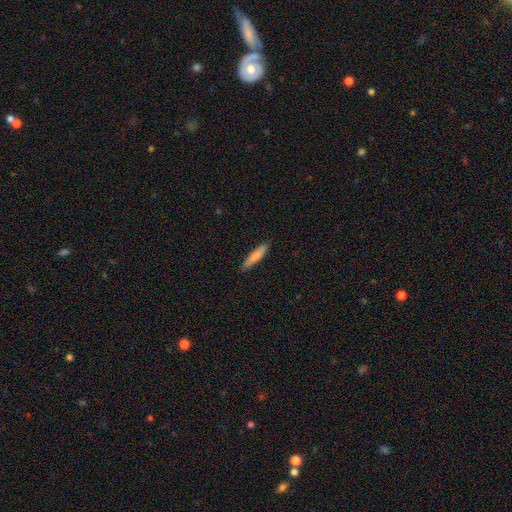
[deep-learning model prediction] Smooth or featured: smooth — 79% (featured or disk — 16%)
How rounded: cigar-shaped — 87% (in between — 11%)
Merging: none — 86% (minor disturbance — 11%)